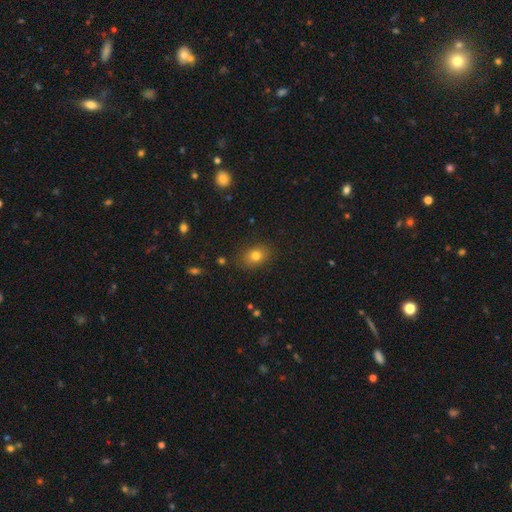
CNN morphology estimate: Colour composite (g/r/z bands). It shows a smooth galaxy with no disk features (78%) that is in between round and cigar-shaped (68%). Merging: none (85%).